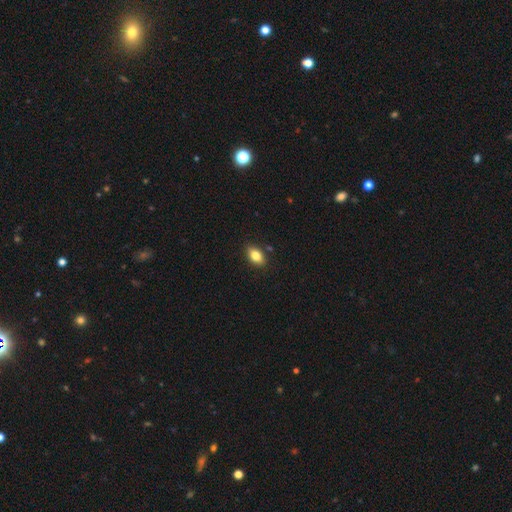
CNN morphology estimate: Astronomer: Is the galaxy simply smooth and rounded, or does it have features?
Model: smooth — 81%.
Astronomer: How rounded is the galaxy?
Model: in between — 87%.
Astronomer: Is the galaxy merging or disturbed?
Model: none — 85%.